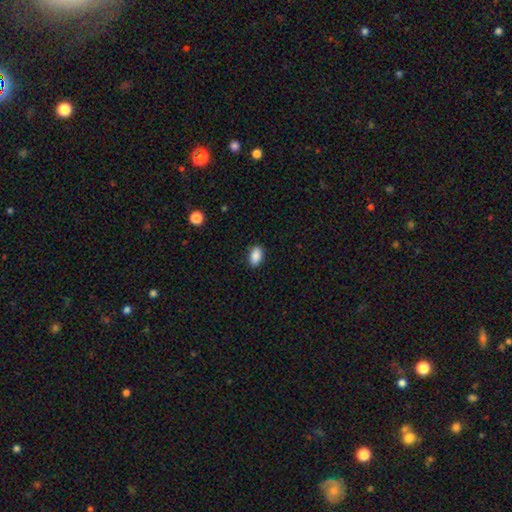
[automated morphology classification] Smooth or featured: smooth — 88% (star or artifact — 8%)
How rounded: in between — 91% (round — 6%)
Merging: none — 88% (minor disturbance — 9%)